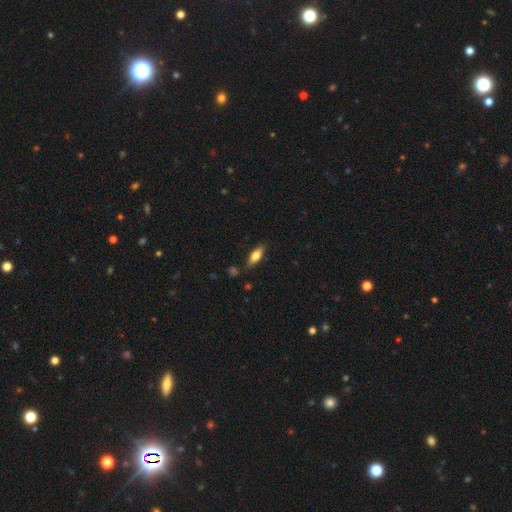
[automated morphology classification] The model was most divided on "how rounded": in between: 63%, cigar-shaped: 34%, round: 2%. More confident: merging — none (82%); smooth or featured — smooth (66%).